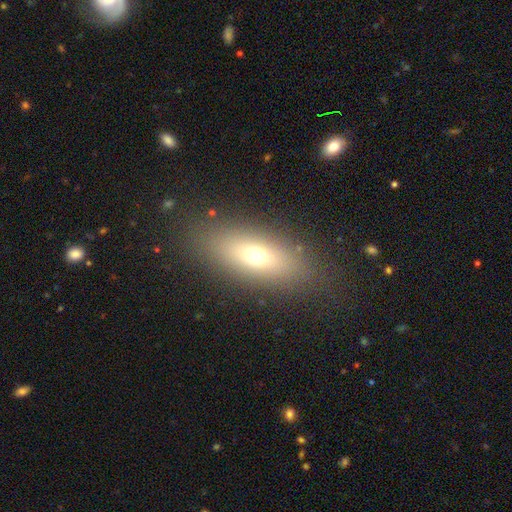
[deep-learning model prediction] Morphology: type=smooth (65%); roundness=in between (67%); merging=none (84%).